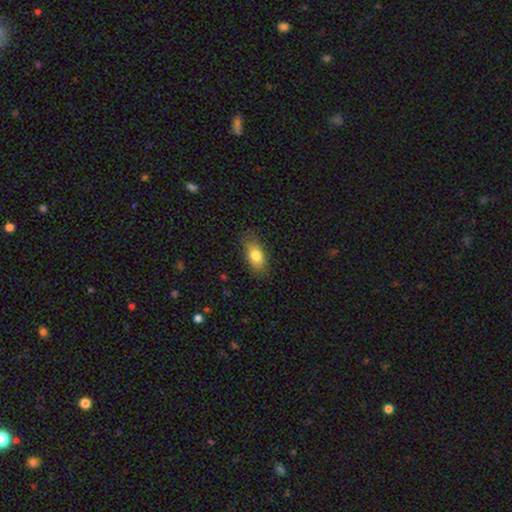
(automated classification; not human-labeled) Overall: smooth (81%). How rounded: in between (87%). Merging: none (80%).